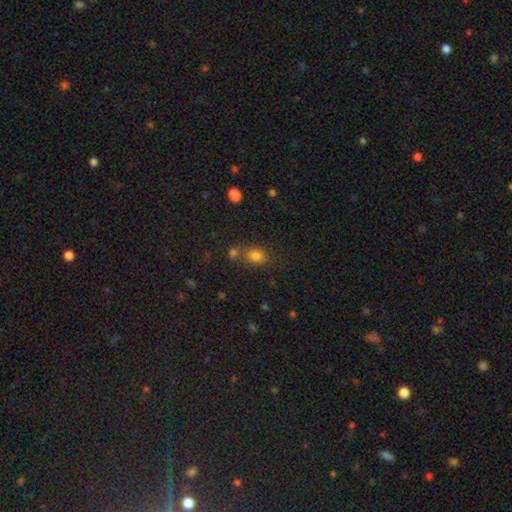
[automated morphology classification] A smooth galaxy with no disk features (78%) that is in between round and cigar-shaped (51%).

Vote fractions:
- Smooth or featured? smooth: 78% / star or artifact: 15% / featured or disk: 7%
- How rounded? in between: 51% / round: 47% / cigar-shaped: 2%
- Merging? none: 60% / merger: 23% / minor disturbance: 13% / major disturbance: 5%